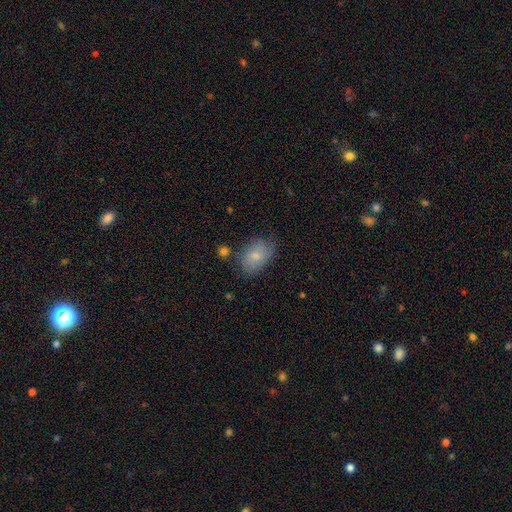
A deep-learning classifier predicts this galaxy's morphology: type=smooth (77%); roundness=in between (86%); merging=none (65%).